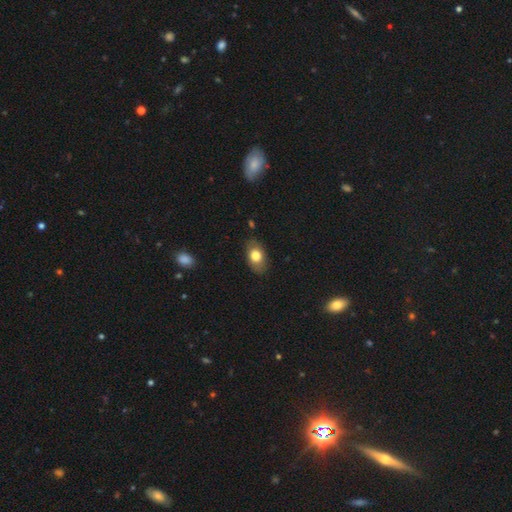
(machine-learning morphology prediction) Smooth or featured: smooth — 76% (featured or disk — 16%)
How rounded: in between — 84% (round — 15%)
Merging: none — 80% (minor disturbance — 15%)